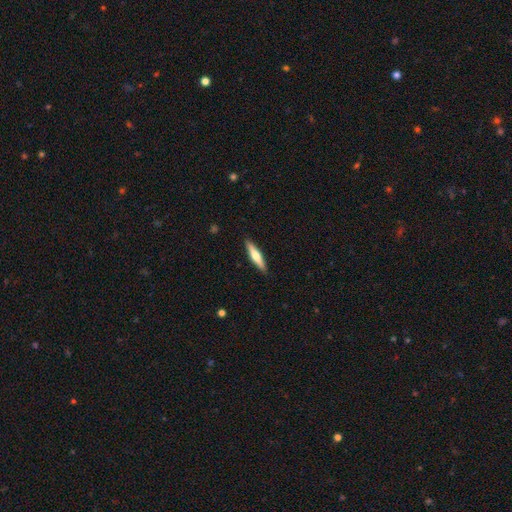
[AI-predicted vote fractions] Smooth or featured?
  - smooth: 52% *
  - featured or disk: 43%
  - star or artifact: 5%
How rounded?
  - cigar-shaped: 82% *
  - in between: 16%
  - round: 2%
Merging?
  - none: 91% *
  - minor disturbance: 7%
  - major disturbance: 1%
  - merger: 1%